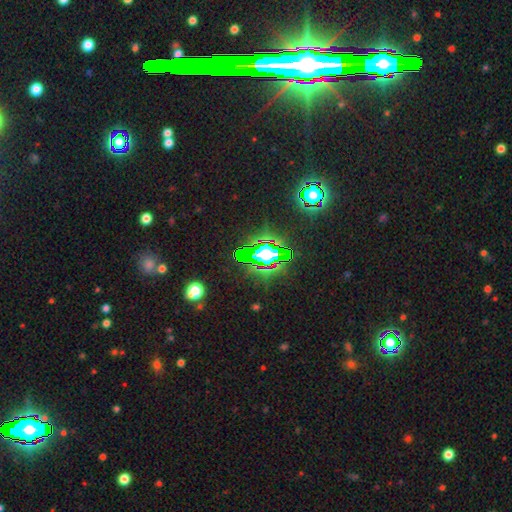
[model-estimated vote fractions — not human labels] Smooth or featured? Predicted: star or artifact (p=0.83).